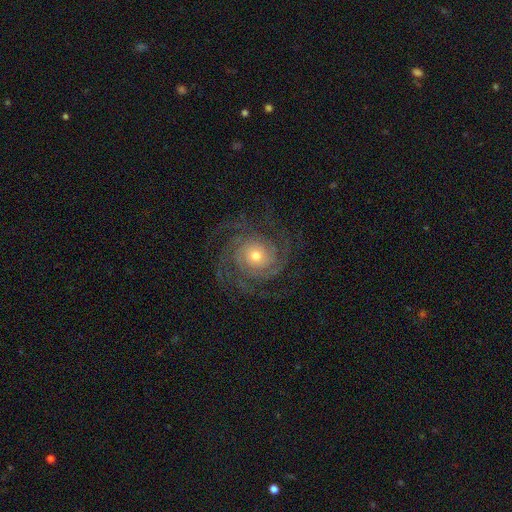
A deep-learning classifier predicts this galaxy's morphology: This appears to be a featured or disk galaxy (90%) with no bar (79%), 3 (30%) tight (69%) spiral arms (98%) and a moderate central bulge (54%). Merging: none (77%).